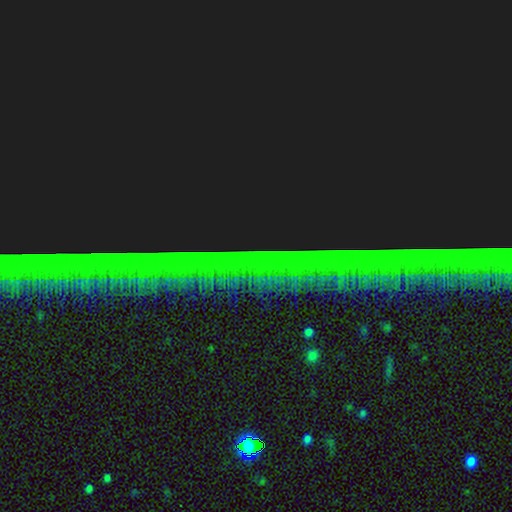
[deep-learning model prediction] A star or artifact, not a galaxy (88%).